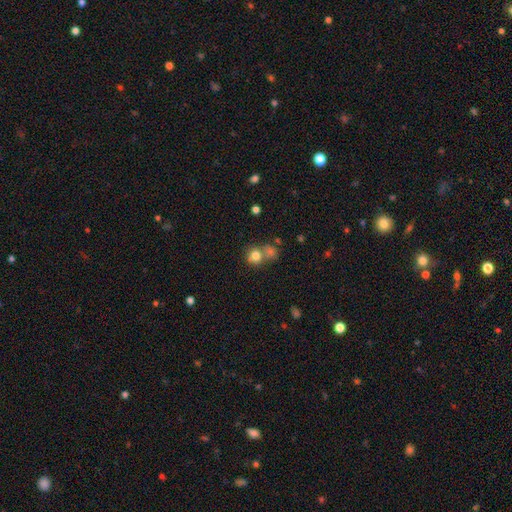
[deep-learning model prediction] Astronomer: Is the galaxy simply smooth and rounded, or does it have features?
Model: smooth — 79%.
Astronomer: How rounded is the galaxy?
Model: round — 82%.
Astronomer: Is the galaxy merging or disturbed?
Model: none — 49% (runner-up: merger, 36%).